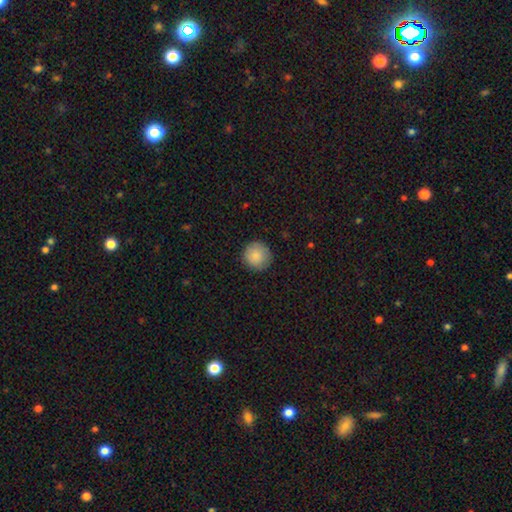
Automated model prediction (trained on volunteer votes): smooth_or_featured: smooth (p=0.86) [alt: star or artifact p=0.07]
how_rounded: round (p=0.94) [alt: in between p=0.05]
merging: none (p=0.88) [alt: minor disturbance p=0.09]